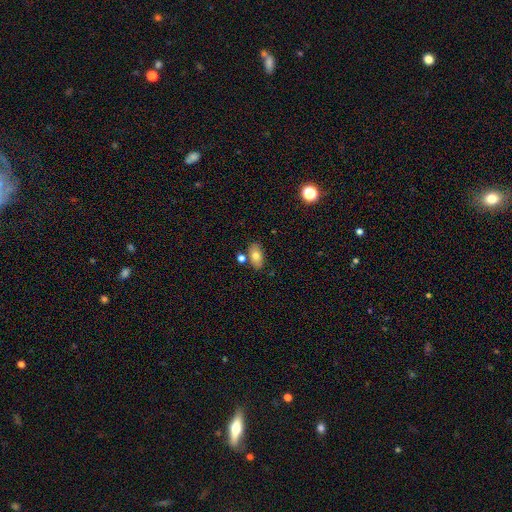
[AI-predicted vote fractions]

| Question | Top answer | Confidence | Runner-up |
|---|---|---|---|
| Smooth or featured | smooth | 73% | featured or disk (18%) |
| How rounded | in between | 90% | round (8%) |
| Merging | none | 74% | minor disturbance (12%) |